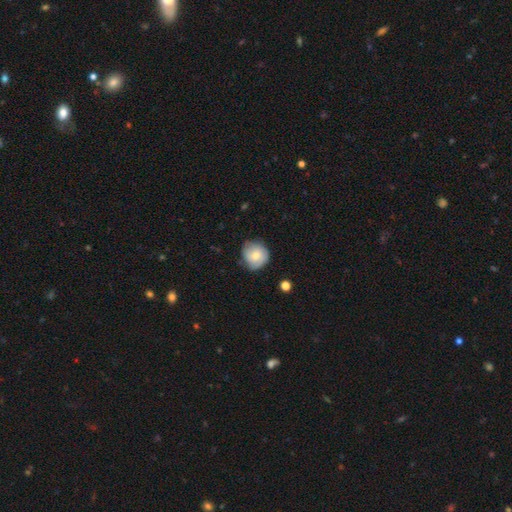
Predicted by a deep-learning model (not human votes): Q: Smooth or featured?
A: smooth (58%); runner-up: featured or disk (34%)
Q: How rounded?
A: round (89%); runner-up: in between (10%)
Q: Merging?
A: none (71%); runner-up: minor disturbance (22%)